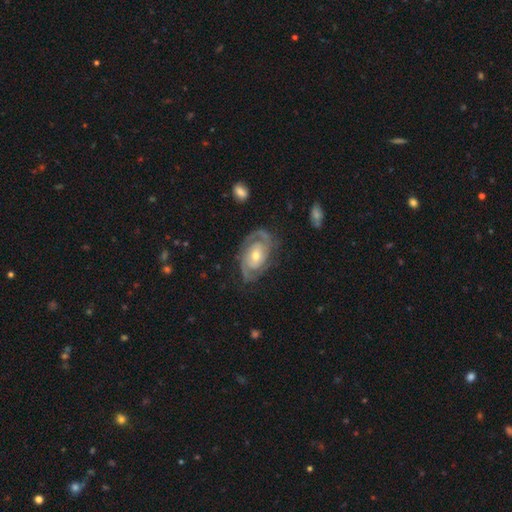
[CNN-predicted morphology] Overall: featured or disk (88%). Edge-on disk: no (96%). Bar: no (65%; weak 27%). Spiral arms: yes (95%). Spiral arm count: 2 (73%). Spiral winding: tight (60%; medium 32%). Bulge size: moderate (56%; small 39%). Merging: none (74%).